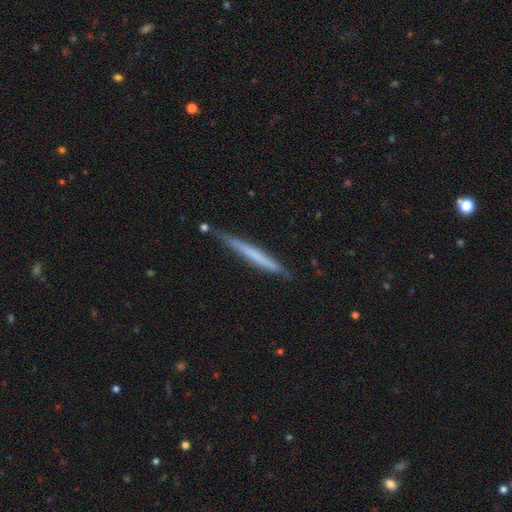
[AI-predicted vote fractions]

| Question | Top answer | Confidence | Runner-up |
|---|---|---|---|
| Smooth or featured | smooth | 52% | featured or disk (43%) |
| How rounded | cigar-shaped | 97% | in between (2%) |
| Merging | none | 80% | minor disturbance (15%) |